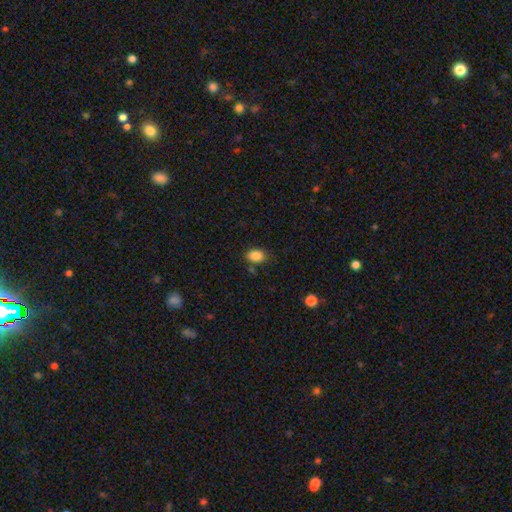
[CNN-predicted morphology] Smooth or featured?
  - smooth: 86% *
  - star or artifact: 9%
  - featured or disk: 5%
How rounded?
  - in between: 79% *
  - round: 20%
  - cigar-shaped: 1%
Merging?
  - none: 78% *
  - minor disturbance: 13%
  - merger: 5%
  - major disturbance: 3%